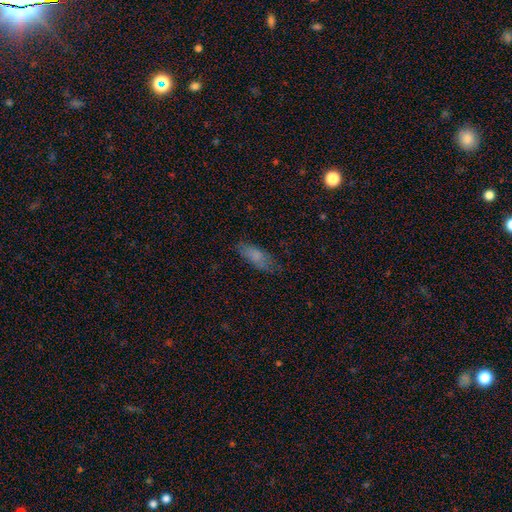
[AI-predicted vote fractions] This appears to be a smooth galaxy with no disk features (75%) that is in between round and cigar-shaped (71%). Merging: none (71%).